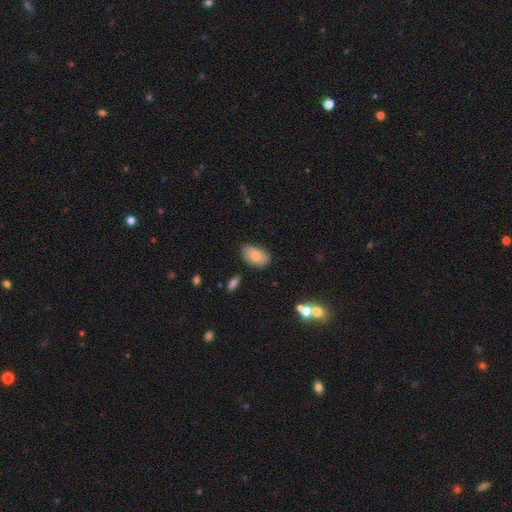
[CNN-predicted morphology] Smooth or featured? Predicted: smooth (p=0.78). How rounded? Predicted: in between (p=0.92). Merging? Predicted: none (p=0.74).